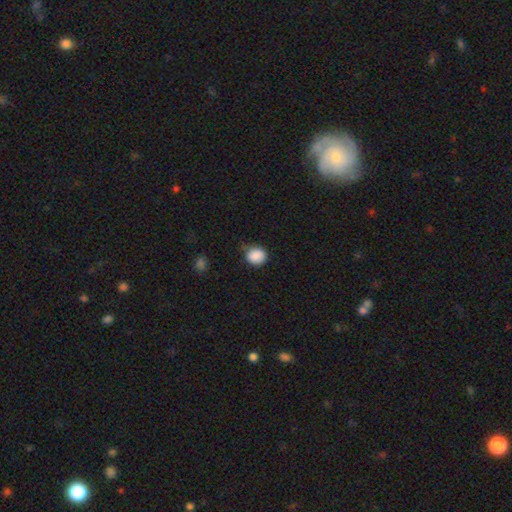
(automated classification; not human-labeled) Smooth or featured? smooth (88%)
How rounded? round (81%)
Merging? none (66%)